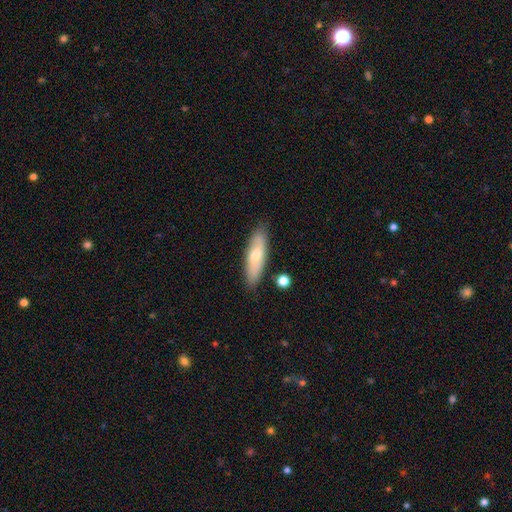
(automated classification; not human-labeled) This is likely a smooth galaxy (61%). How rounded: possibly cigar-shaped (56%). Merging: clearly none (82%).